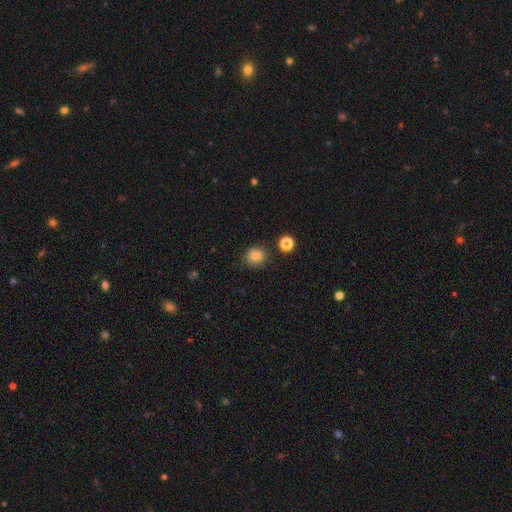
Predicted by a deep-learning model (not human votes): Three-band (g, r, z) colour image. It shows a smooth galaxy with no disk features (83%) that is round (85%). Merging: none (84%).